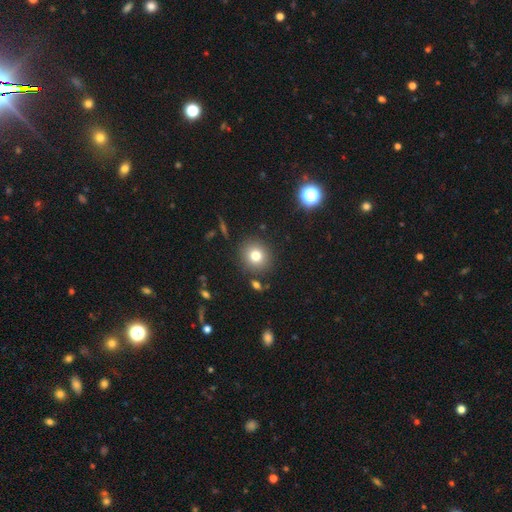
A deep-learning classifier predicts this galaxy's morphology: Q: Smooth or featured?
A: smooth (78%); runner-up: star or artifact (13%)
Q: How rounded?
A: round (88%); runner-up: in between (11%)
Q: Merging?
A: none (88%); runner-up: minor disturbance (7%)